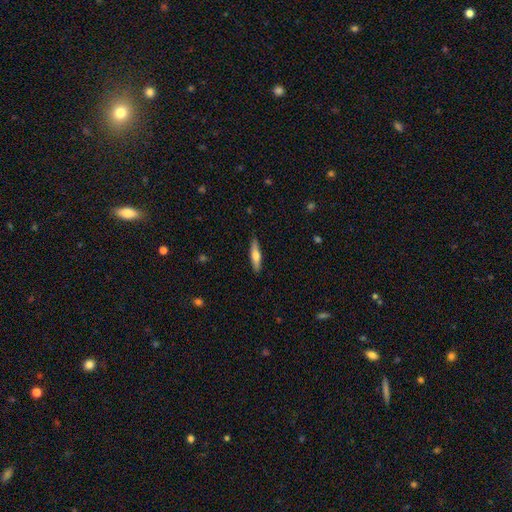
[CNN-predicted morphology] A smooth galaxy with no disk features (56%) that is cigar-shaped (81%).

Vote fractions:
- Smooth or featured? smooth: 56% / featured or disk: 38% / star or artifact: 6%
- How rounded? cigar-shaped: 81% / in between: 18% / round: 2%
- Merging? none: 88% / minor disturbance: 9% / major disturbance: 2% / merger: 1%